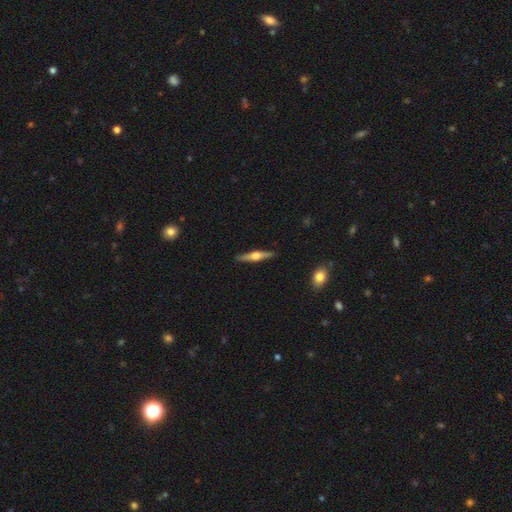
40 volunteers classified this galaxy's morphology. Overall: featured or disk (72%). Edge-on disk: yes (100%). Edge-on bulge: rounded (100%). Merging: none (92%).